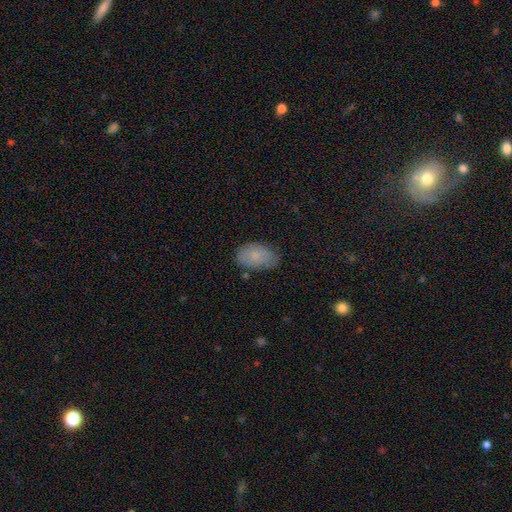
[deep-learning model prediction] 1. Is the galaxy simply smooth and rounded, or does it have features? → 78% smooth, 15% featured or disk, 7% star or artifact.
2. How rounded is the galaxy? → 91% in between, 8% round, 1% cigar-shaped.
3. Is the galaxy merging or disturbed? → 72% none, 22% minor disturbance, 4% major disturbance, 2% merger.